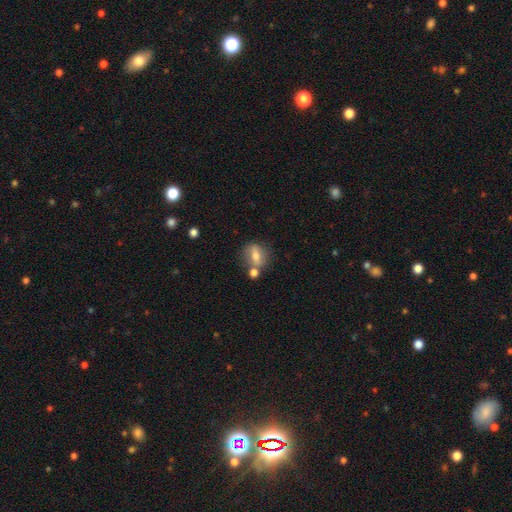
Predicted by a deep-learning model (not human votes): A smooth galaxy with no disk features (63%) that is in between round and cigar-shaped (56%).

Vote fractions:
- Smooth or featured? smooth: 63% / featured or disk: 28% / star or artifact: 10%
- How rounded? in between: 56% / round: 37% / cigar-shaped: 7%
- Merging? none: 60% / merger: 21% / minor disturbance: 14% / major disturbance: 5%